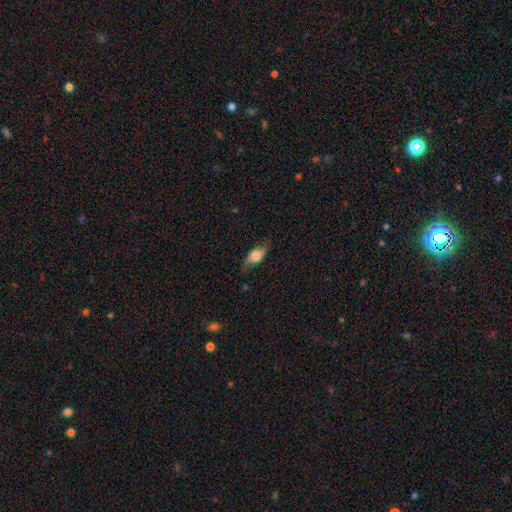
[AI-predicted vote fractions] Smooth or featured?
  - smooth: 47% *
  - featured or disk: 45%
  - star or artifact: 8%
Merging?
  - none: 61% *
  - minor disturbance: 26%
  - major disturbance: 11%
  - merger: 2%